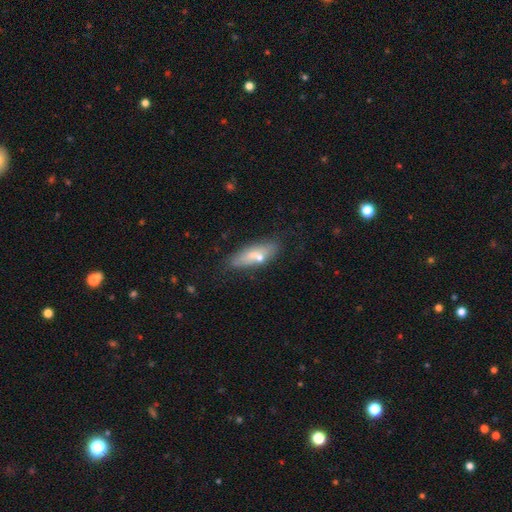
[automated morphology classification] smooth_or_featured: smooth (p=0.62) [alt: featured or disk p=0.30]
how_rounded: in between (p=0.58) [alt: cigar-shaped p=0.39]
merging: none (p=0.64) [alt: minor disturbance p=0.17]